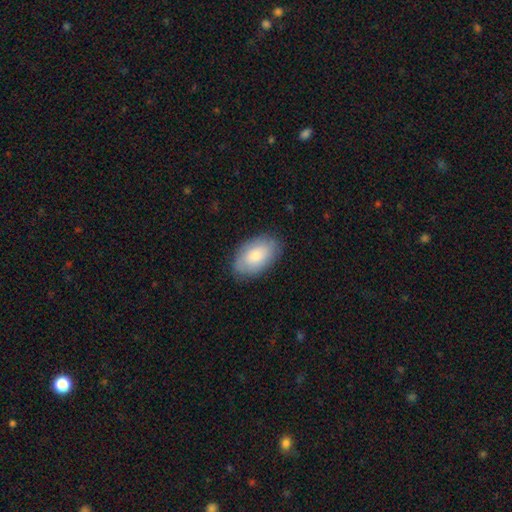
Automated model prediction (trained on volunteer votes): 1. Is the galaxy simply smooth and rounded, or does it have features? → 81% smooth, 14% featured or disk, 6% star or artifact.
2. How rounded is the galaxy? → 94% in between, 5% round, 1% cigar-shaped.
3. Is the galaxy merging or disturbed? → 83% none, 13% minor disturbance, 3% major disturbance, 1% merger.